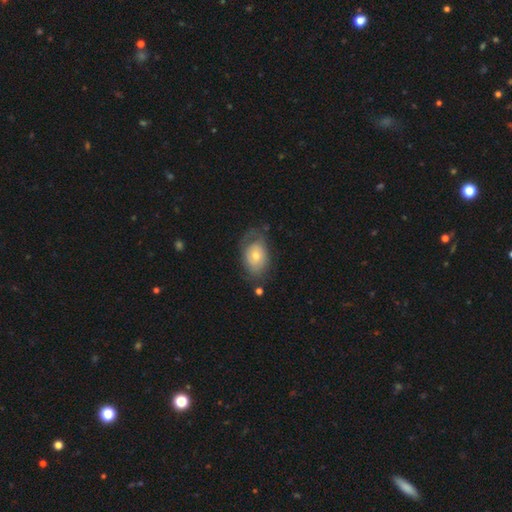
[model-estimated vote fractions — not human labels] A smooth galaxy with no disk features (52%) that is in between round and cigar-shaped (79%).

Vote fractions:
- Smooth or featured? smooth: 52% / featured or disk: 42% / star or artifact: 7%
- How rounded? in between: 79% / round: 20% / cigar-shaped: 1%
- Merging? none: 49% / minor disturbance: 29% / major disturbance: 19% / merger: 3%